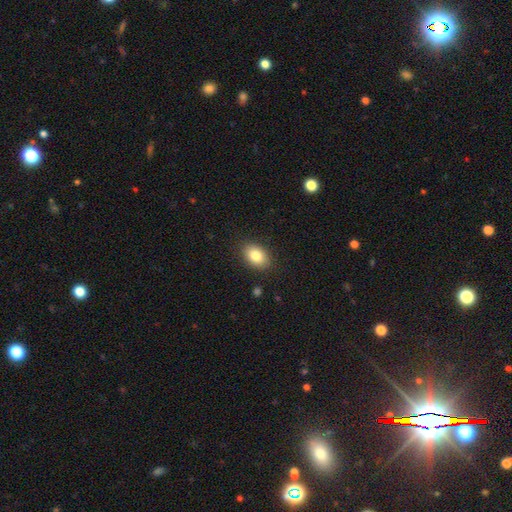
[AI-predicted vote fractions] This is clearly a smooth galaxy (83%). How rounded: clearly in between (80%). Merging: clearly none (88%).